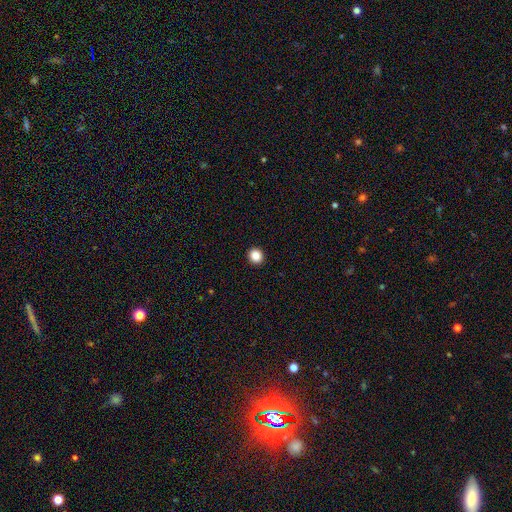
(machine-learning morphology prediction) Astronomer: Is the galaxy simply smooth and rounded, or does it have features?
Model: smooth — 86%.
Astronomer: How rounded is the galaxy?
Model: round — 88%.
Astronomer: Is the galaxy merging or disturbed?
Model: none — 94%.